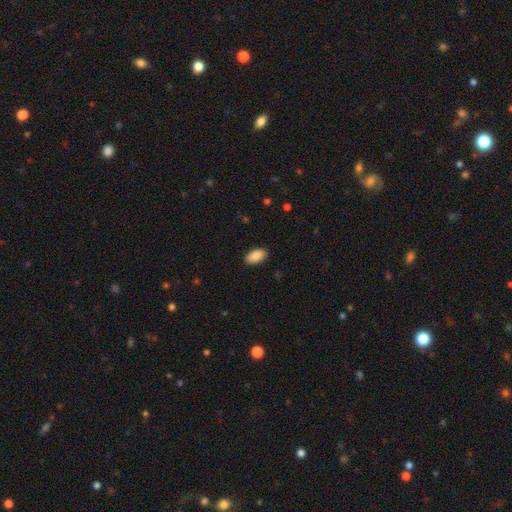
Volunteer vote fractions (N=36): Smooth or featured?
  - smooth: 94% *
  - featured or disk: 3%
  - star or artifact: 3%
How rounded?
  - in between: 97% *
  - cigar-shaped: 3%
  - round: 0%
Merging?
  - none: 97% *
  - major disturbance: 3%
  - minor disturbance: 0%
  - merger: 0%